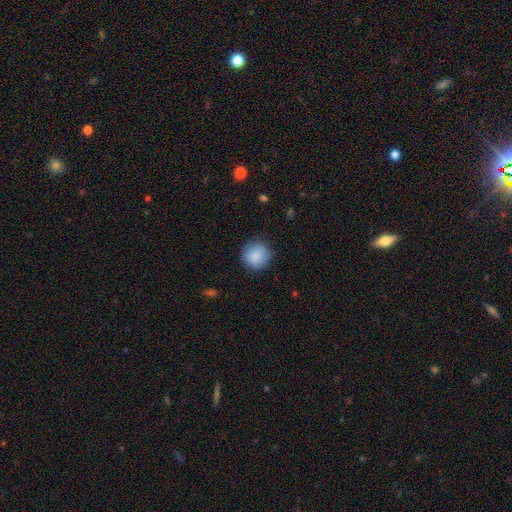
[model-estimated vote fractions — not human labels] A smooth galaxy with no disk features (87%) that is round (92%). Merging: none (84%).